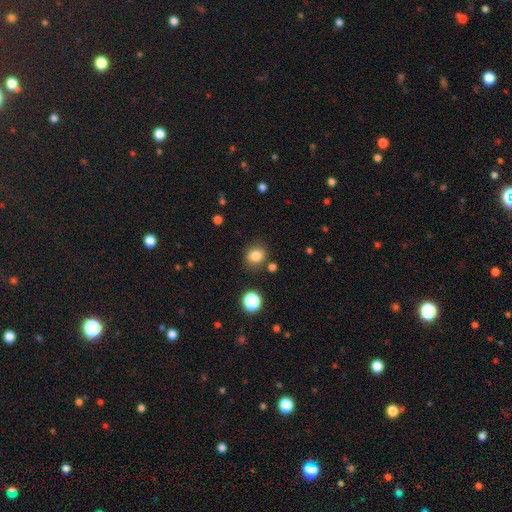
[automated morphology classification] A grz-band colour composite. It shows a smooth galaxy with no disk features (82%) that is round (73%). Merging: none (82%).